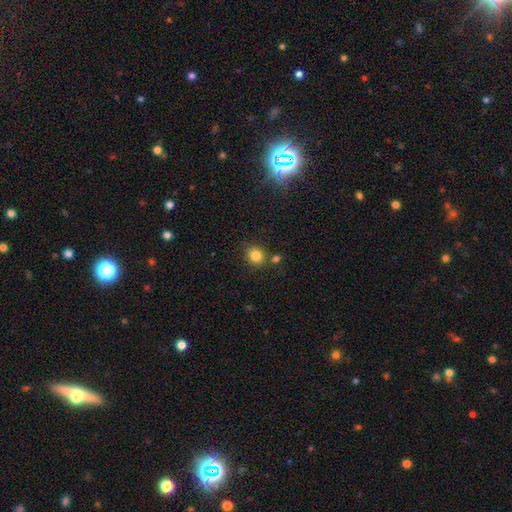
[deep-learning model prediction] Q: Smooth or featured?
A: smooth (83%); runner-up: star or artifact (12%)
Q: How rounded?
A: round (79%); runner-up: in between (20%)
Q: Merging?
A: none (77%); runner-up: merger (10%)